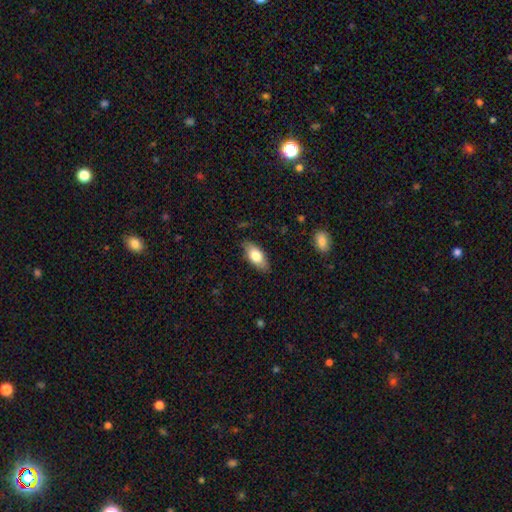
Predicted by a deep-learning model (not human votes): This is likely a smooth galaxy (76%). How rounded: clearly in between (85%). Merging: clearly none (83%).